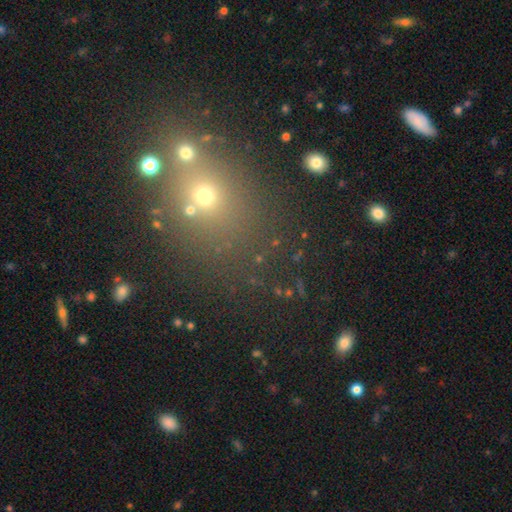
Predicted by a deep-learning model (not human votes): A smooth galaxy with no disk features (44%). Merging: none (72%).